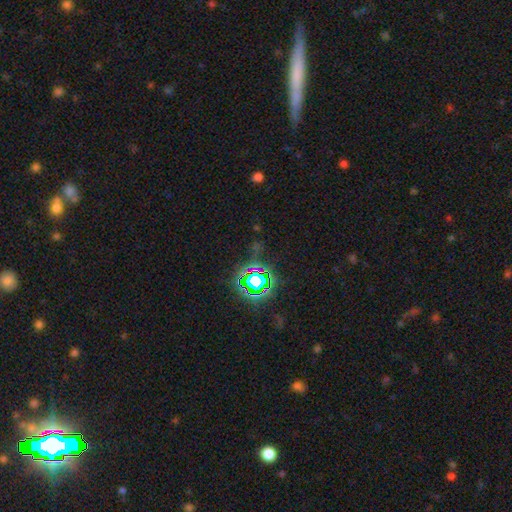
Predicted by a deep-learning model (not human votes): This is likely a star or artifact rather than a galaxy (78%).